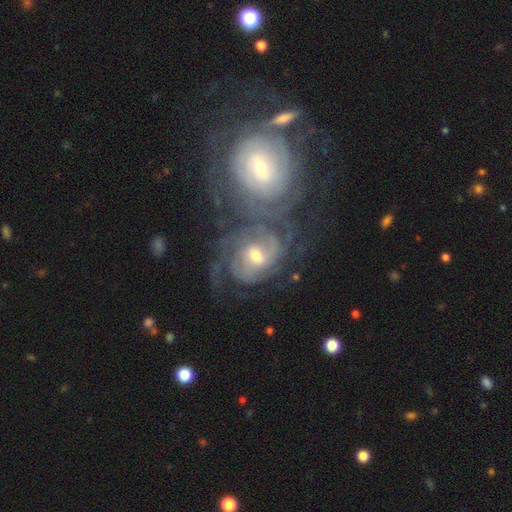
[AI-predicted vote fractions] This appears to be a featured or disk galaxy (85%) with no bar (48%), tight (64%) spiral arms (96%) and a moderate central bulge (61%). Merging: merger (53%).